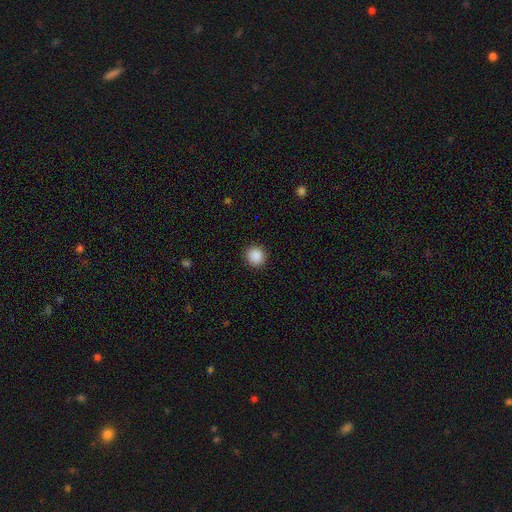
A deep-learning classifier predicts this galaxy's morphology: Smooth or featured? Predicted: smooth (p=0.89). How rounded? Predicted: round (p=0.91). Merging? Predicted: none (p=0.91).